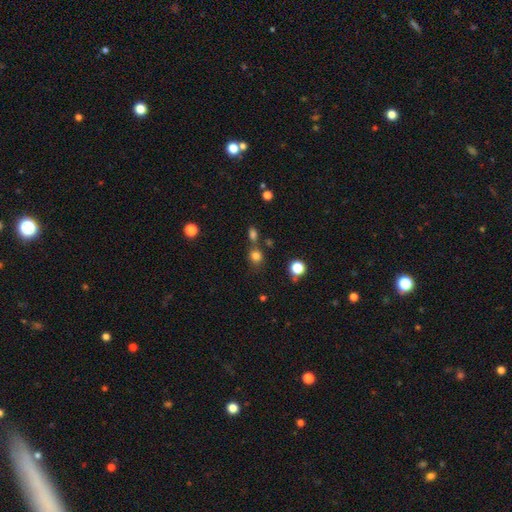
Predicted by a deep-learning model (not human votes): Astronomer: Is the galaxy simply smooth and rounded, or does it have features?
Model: smooth — 78%.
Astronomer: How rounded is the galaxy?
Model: round — 78%.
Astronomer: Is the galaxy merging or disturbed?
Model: none — 64%.